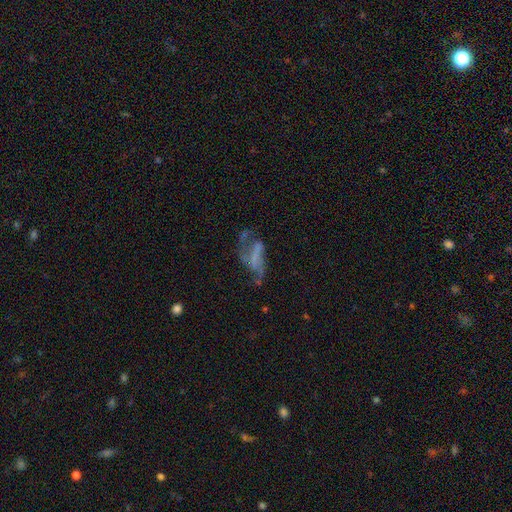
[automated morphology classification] The model was most divided on "spiral arms": no: 57%, yes: 43%. Remaining: edge-on disk — no (92%); bulge size — none (75%); bar — no (57%); smooth or featured — featured or disk (56%); merging — major disturbance (44%).